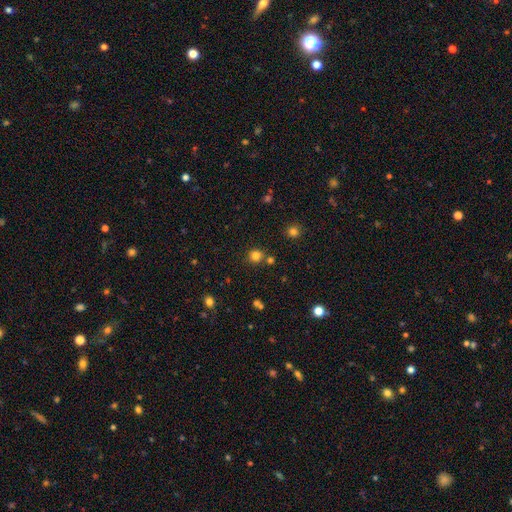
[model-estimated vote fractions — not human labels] This is likely a smooth galaxy (80%). How rounded: clearly round (89%). Merging: likely none (76%).